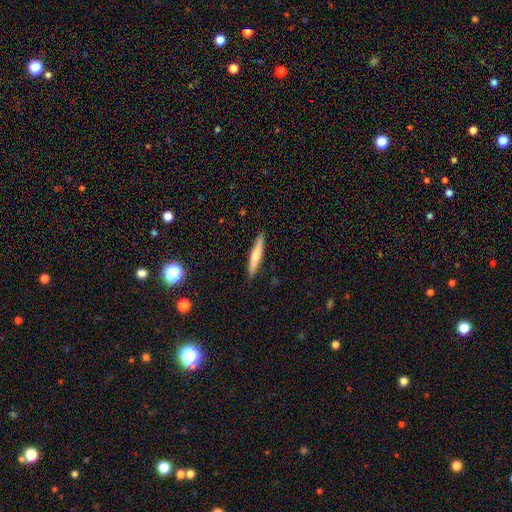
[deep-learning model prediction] This is likely a smooth galaxy (67%). How rounded: clearly cigar-shaped (91%). Merging: clearly none (89%).